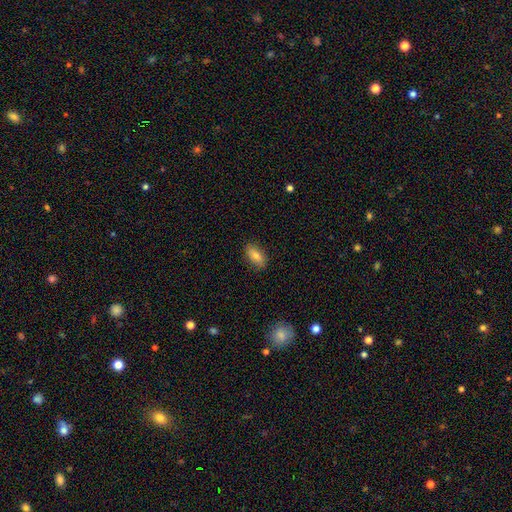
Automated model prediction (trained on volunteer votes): Q: Smooth or featured?
A: smooth (77%); runner-up: featured or disk (16%)
Q: How rounded?
A: in between (86%); runner-up: cigar-shaped (10%)
Q: Merging?
A: none (87%); runner-up: minor disturbance (10%)